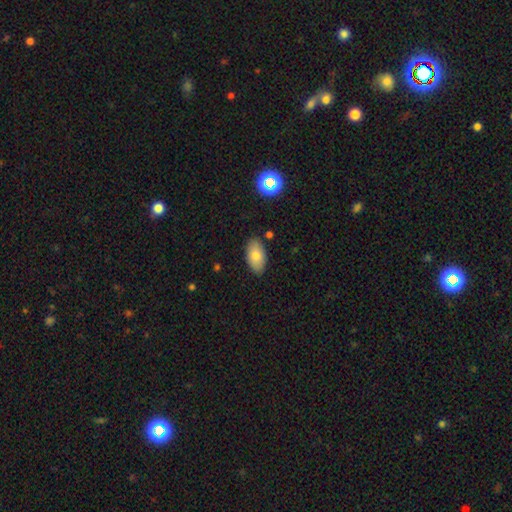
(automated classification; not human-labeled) Overall: smooth (79%). How rounded: in between (94%). Merging: none (85%).